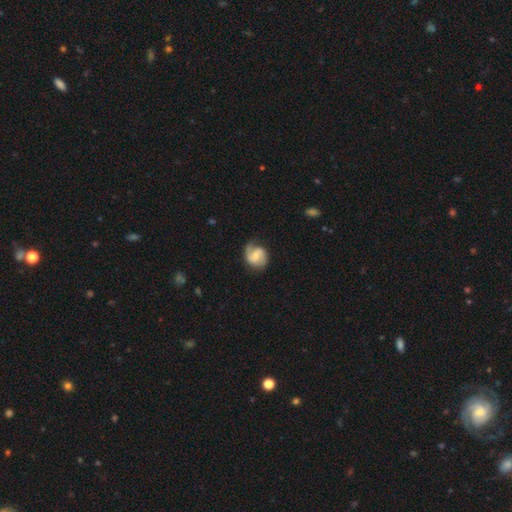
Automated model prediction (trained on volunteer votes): This appears to be a featured or disk galaxy (69%) with a weak bar (49%), 2 (73%) medium (46%) spiral arms (93%) and a small central bulge (47%). Merging: none (66%).